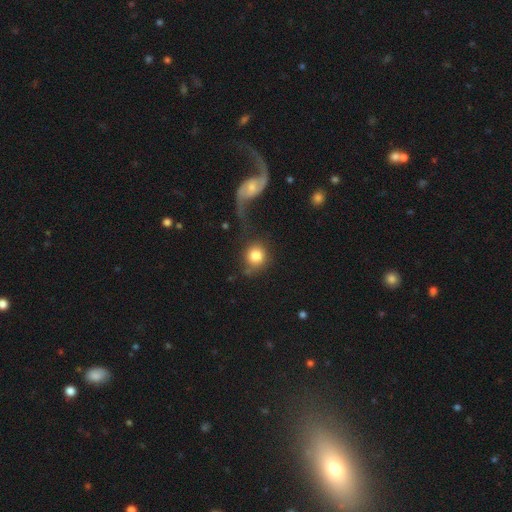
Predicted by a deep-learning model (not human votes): A smooth galaxy with no disk features (80%) that is round (83%).

Vote fractions:
- Smooth or featured? smooth: 80% / featured or disk: 13% / star or artifact: 8%
- How rounded? round: 83% / in between: 16% / cigar-shaped: 1%
- Merging? none: 47% / merger: 20% / major disturbance: 18% / minor disturbance: 15%